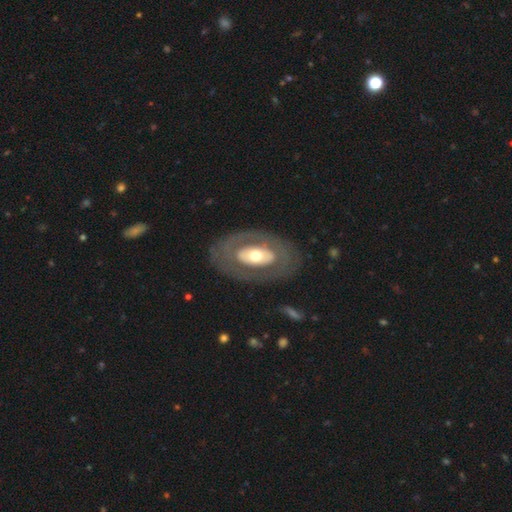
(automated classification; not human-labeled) Smooth or featured? featured or disk (61%)
Edge-on disk? no (90%)
Bar? no (75%)
Spiral arms? no (82%)
Bulge size? moderate (61%)
Merging? none (79%)